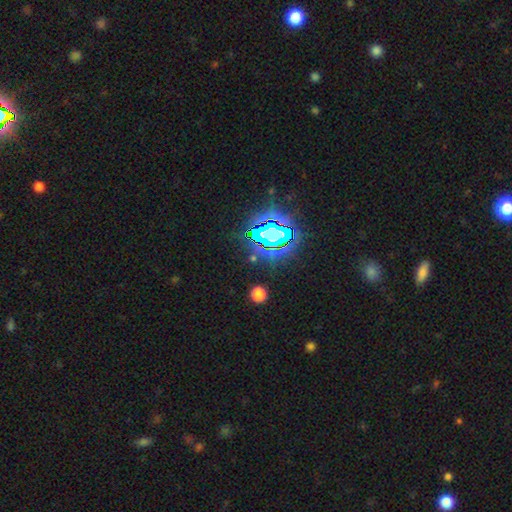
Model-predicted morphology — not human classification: The model was most divided on "smooth or featured": star or artifact: 74%, smooth: 15%, featured or disk: 11%.